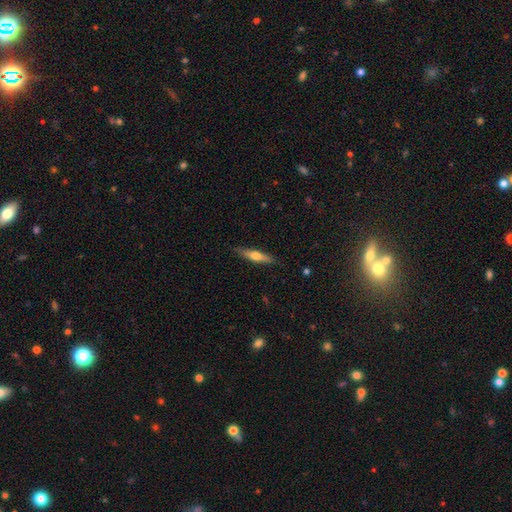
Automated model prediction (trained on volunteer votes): smooth-or-featured: smooth: 50% | featured or disk: 45% | star or artifact: 6%
  merging: none: 87% | minor disturbance: 10% | major disturbance: 2% | merger: 1%